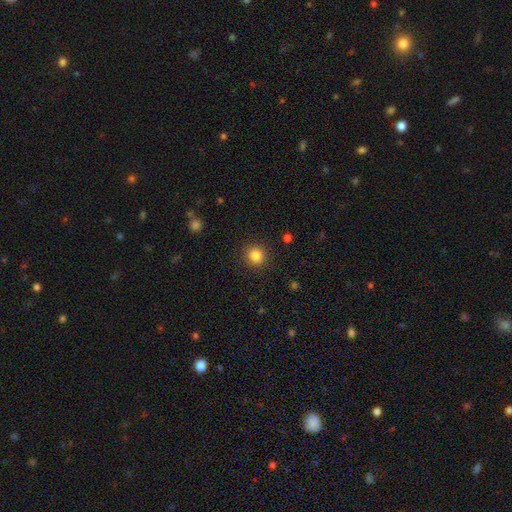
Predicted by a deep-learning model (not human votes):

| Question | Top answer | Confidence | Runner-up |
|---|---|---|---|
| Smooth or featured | smooth | 84% | star or artifact (11%) |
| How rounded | round | 91% | in between (8%) |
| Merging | none | 91% | minor disturbance (6%) |